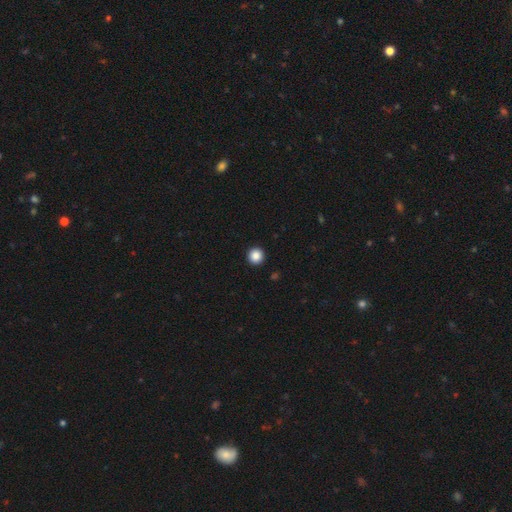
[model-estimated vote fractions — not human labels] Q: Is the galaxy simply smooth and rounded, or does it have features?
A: smooth — 87%.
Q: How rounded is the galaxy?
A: round — 96%.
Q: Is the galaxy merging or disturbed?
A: none — 94%.